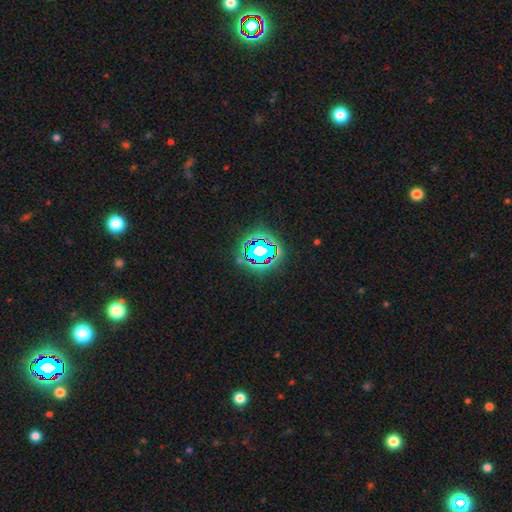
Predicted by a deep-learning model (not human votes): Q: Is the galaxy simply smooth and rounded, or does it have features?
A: star or artifact — 77%.